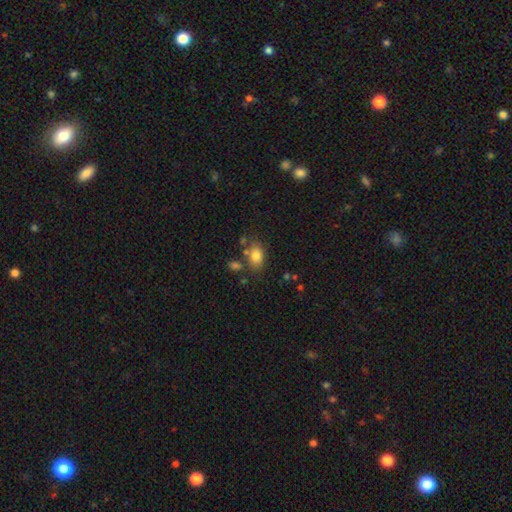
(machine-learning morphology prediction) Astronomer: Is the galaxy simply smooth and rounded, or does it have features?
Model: smooth — 81%.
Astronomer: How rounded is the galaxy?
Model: in between — 82%.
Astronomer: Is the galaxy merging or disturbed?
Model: none — 68%.